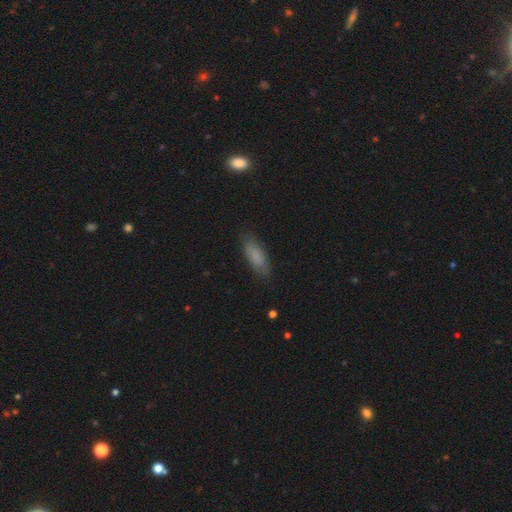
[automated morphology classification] Overall: smooth (83%). How rounded: in between (67%; cigar-shaped 31%). Merging: none (83%).